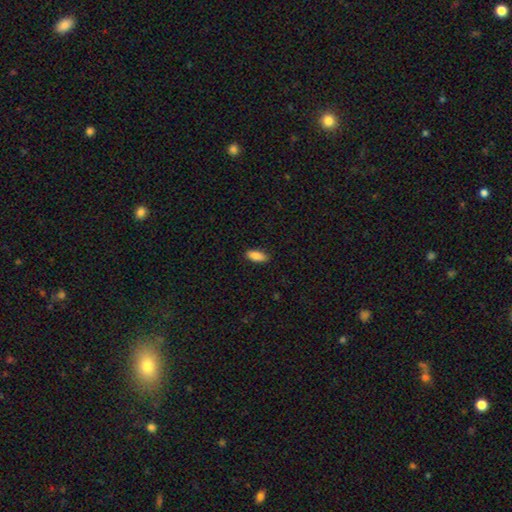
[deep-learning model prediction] This appears to be a smooth galaxy with no disk features (87%) that is in between round and cigar-shaped (80%). Merging: none (89%).